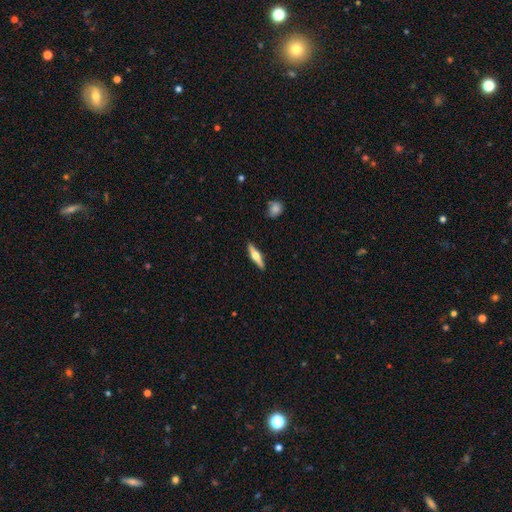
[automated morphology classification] The model was most divided on "smooth or featured": featured or disk: 59%, smooth: 35%, star or artifact: 5%. More confident: edge-on disk — yes (96%); edge-on bulge — rounded (93%); merging — none (89%).